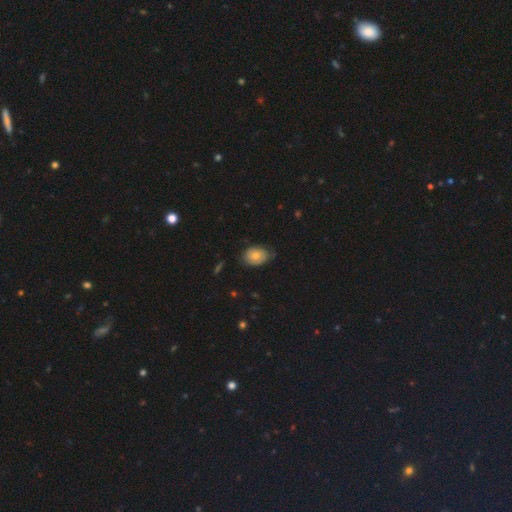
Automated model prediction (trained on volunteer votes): smooth_or_featured: smooth (p=0.72) [alt: featured or disk p=0.21]
how_rounded: in between (p=0.72) [alt: round p=0.27]
merging: none (p=0.69) [alt: minor disturbance p=0.25]